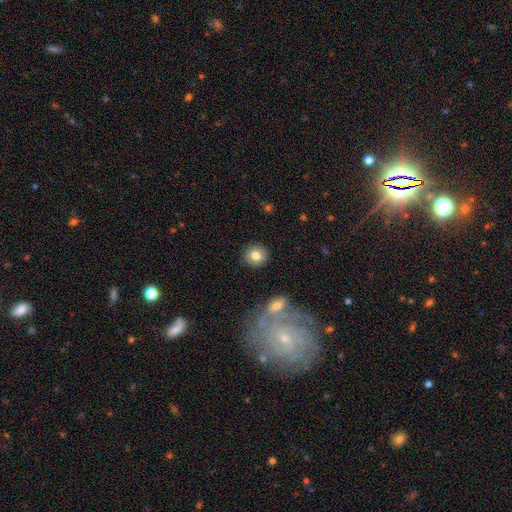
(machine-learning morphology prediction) This is clearly a smooth galaxy (80%). How rounded: clearly round (87%). Merging: clearly none (89%).